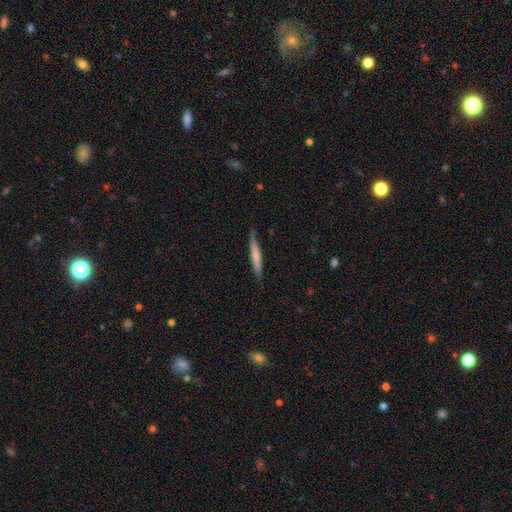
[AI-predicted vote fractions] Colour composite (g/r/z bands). It shows a smooth galaxy with no disk features (63%) that is cigar-shaped (94%). Merging: none (81%).